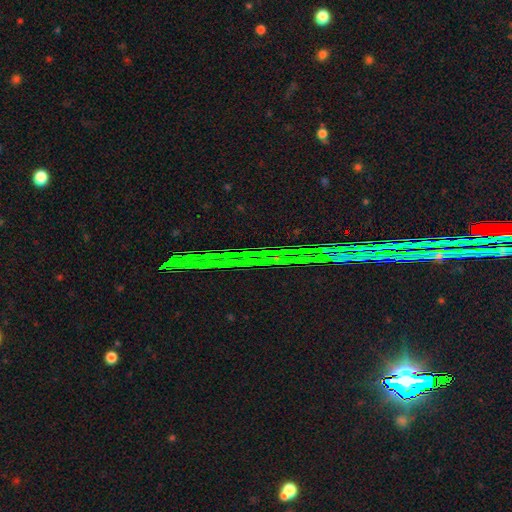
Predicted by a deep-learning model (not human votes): A star or artifact, not a galaxy (80%).

Vote fractions:
- Smooth or featured? star or artifact: 80% / featured or disk: 11% / smooth: 9%